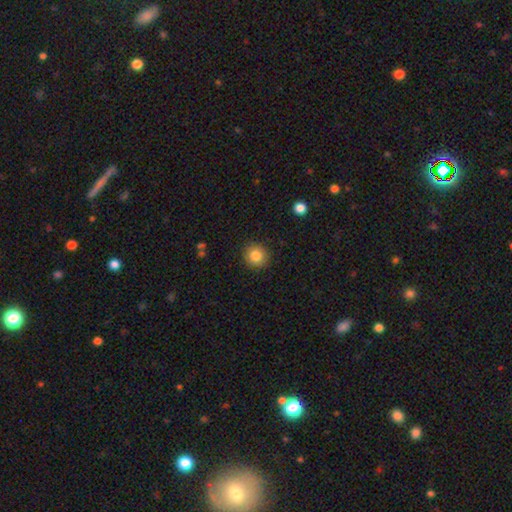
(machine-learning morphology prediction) Smooth or featured? smooth (83%)
How rounded? round (89%)
Merging? none (90%)